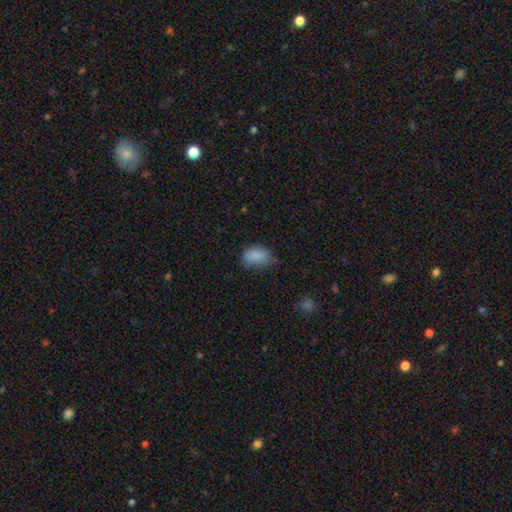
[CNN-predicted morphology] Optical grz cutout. It shows a smooth galaxy with no disk features (84%) that is in between round and cigar-shaped (85%). Merging: none (50%).